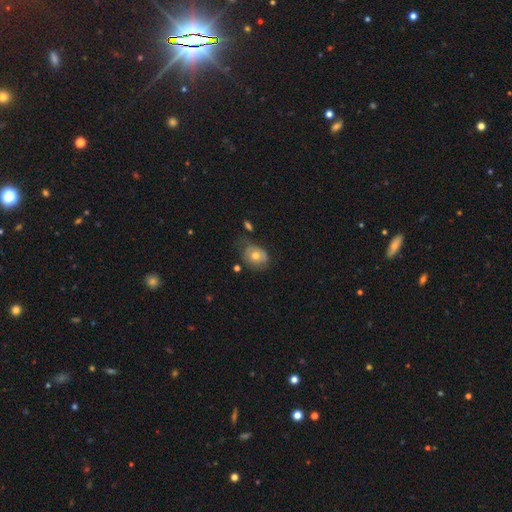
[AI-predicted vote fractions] A smooth galaxy with no disk features (66%) that is in between round and cigar-shaped (52%).

Vote fractions:
- Smooth or featured? smooth: 66% / featured or disk: 25% / star or artifact: 9%
- How rounded? in between: 52% / round: 47% / cigar-shaped: 1%
- Merging? none: 51% / minor disturbance: 32% / major disturbance: 13% / merger: 5%